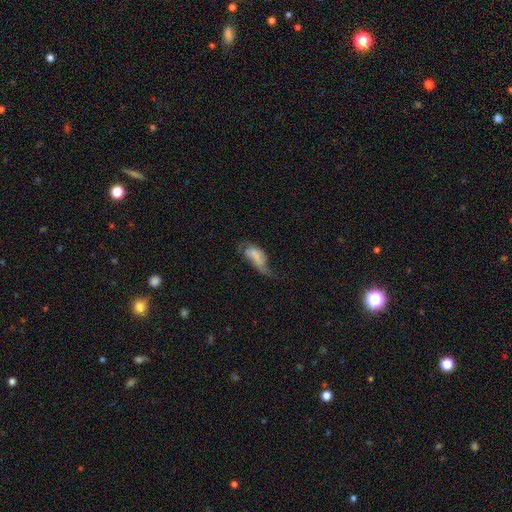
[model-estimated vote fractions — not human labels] Overall: smooth (49%; featured or disk 41%). Merging: major disturbance (48%; minor disturbance 24%).